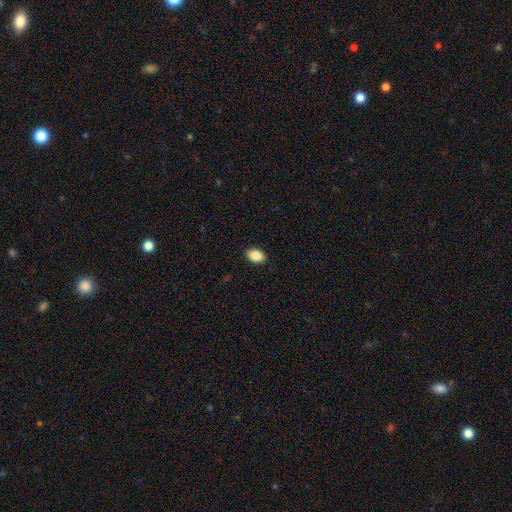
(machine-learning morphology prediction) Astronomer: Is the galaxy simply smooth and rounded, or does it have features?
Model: smooth — 88%.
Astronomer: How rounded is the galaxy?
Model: in between — 84%.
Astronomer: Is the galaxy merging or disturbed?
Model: none — 90%.